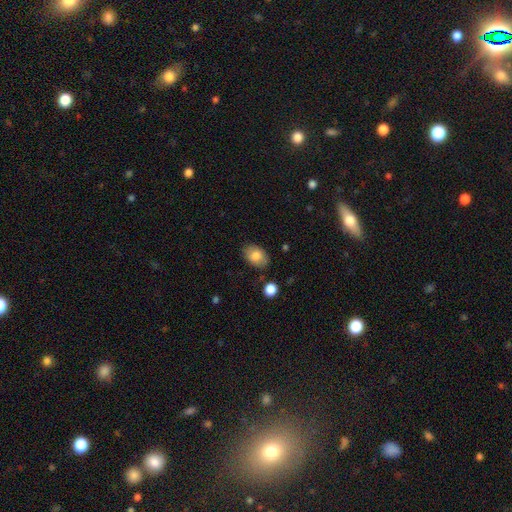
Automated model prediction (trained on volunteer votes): Smooth or featured: smooth — 82% (featured or disk — 10%)
How rounded: in between — 84% (round — 15%)
Merging: none — 82% (minor disturbance — 13%)